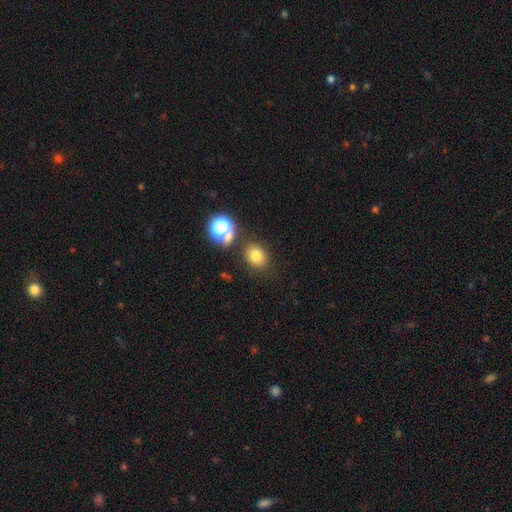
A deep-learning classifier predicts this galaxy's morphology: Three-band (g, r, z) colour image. It shows a smooth galaxy with no disk features (75%) that is round (52%). Merging: none (77%).